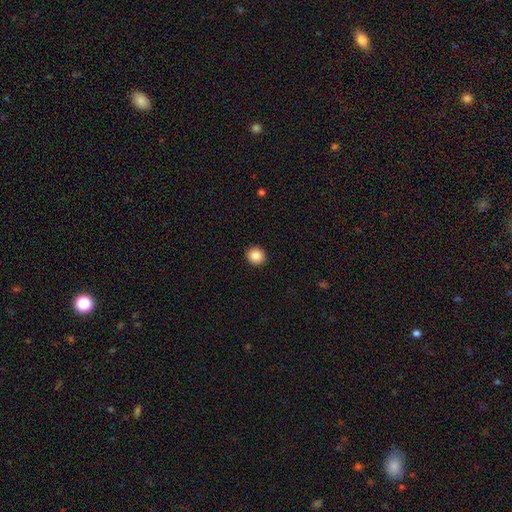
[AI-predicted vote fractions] smooth 86%, star or artifact 9%, featured or disk 5%. Down the decision tree: how rounded — round (93%); merging — none (93%).